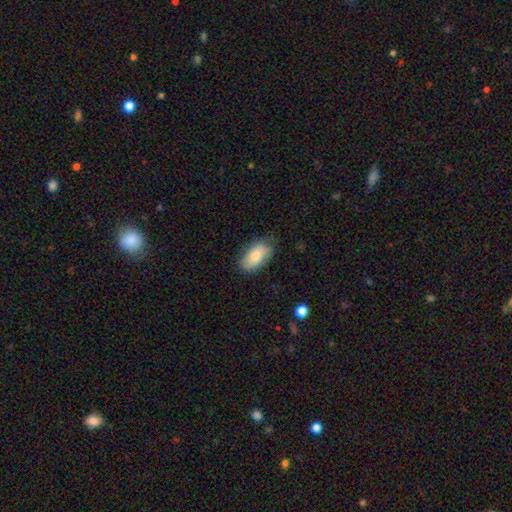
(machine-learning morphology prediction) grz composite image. It shows a smooth galaxy with no disk features (72%) that is in between round and cigar-shaped (93%). Merging: none (73%).